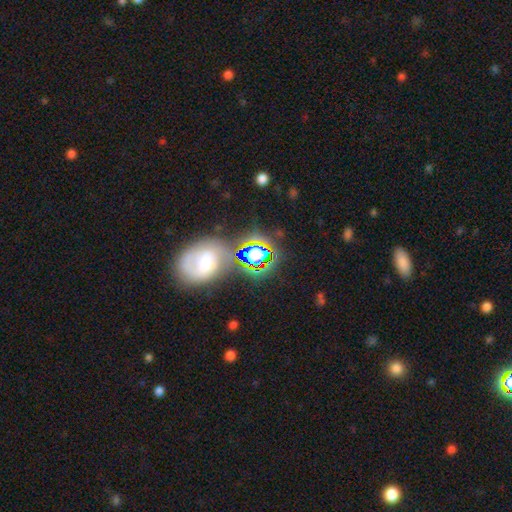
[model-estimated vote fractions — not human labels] Smooth or featured?
  - star or artifact: 51% *
  - smooth: 28%
  - featured or disk: 20%